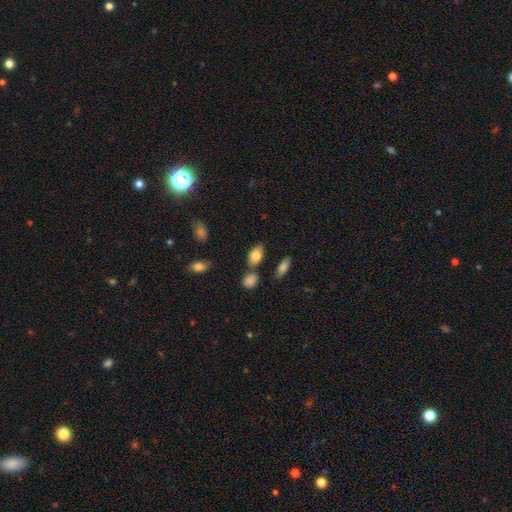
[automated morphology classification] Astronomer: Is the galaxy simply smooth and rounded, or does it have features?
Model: smooth — 80%.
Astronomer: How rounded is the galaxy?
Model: in between — 90%.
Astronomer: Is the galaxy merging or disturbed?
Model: none — 73%.